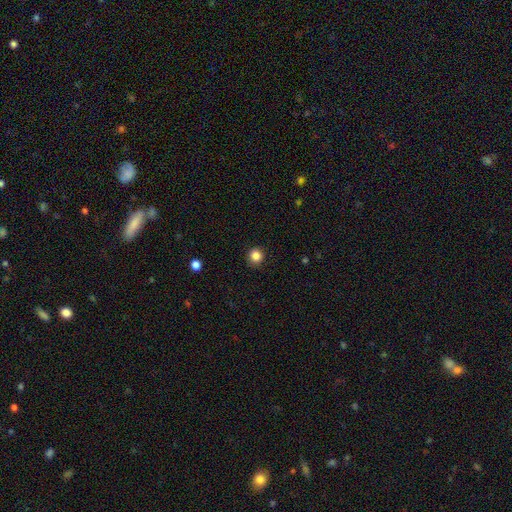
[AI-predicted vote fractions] This appears to be a smooth galaxy with no disk features (85%) that is round (93%). Merging: none (91%).